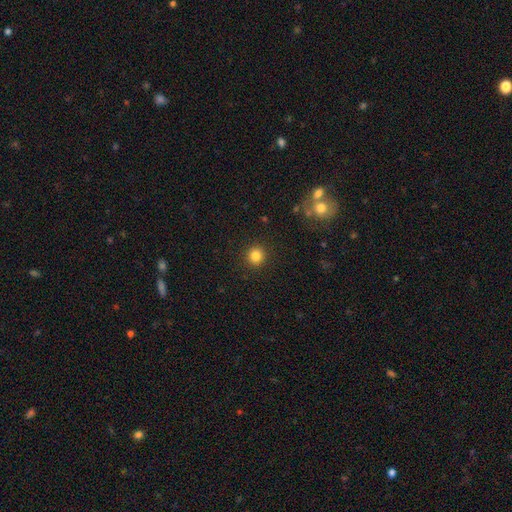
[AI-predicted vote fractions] smooth 84%, star or artifact 12%, featured or disk 4%. Down the decision tree: how rounded — round (93%); merging — none (92%).